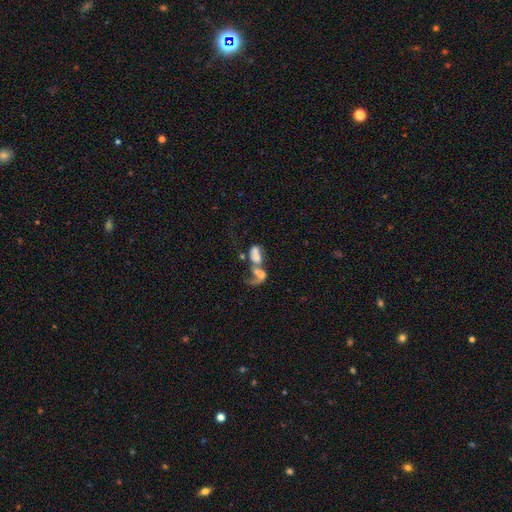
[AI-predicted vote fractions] Morphology: type=featured or disk (46%); merging=merger (70%).